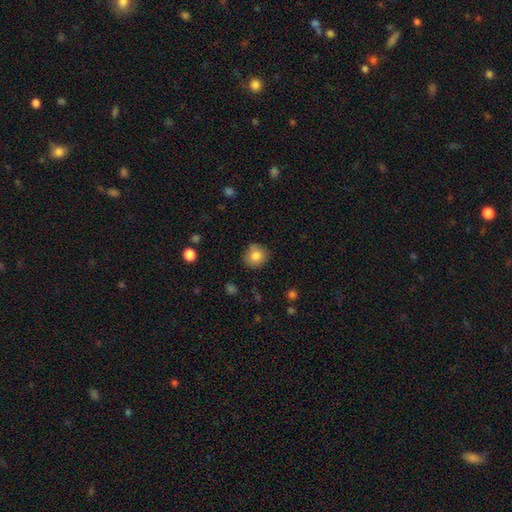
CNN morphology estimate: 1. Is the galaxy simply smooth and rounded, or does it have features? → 82% smooth, 9% star or artifact, 8% featured or disk.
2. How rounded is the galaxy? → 86% round, 13% in between, 1% cigar-shaped.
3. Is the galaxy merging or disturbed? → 82% none, 14% minor disturbance, 3% major disturbance, 2% merger.